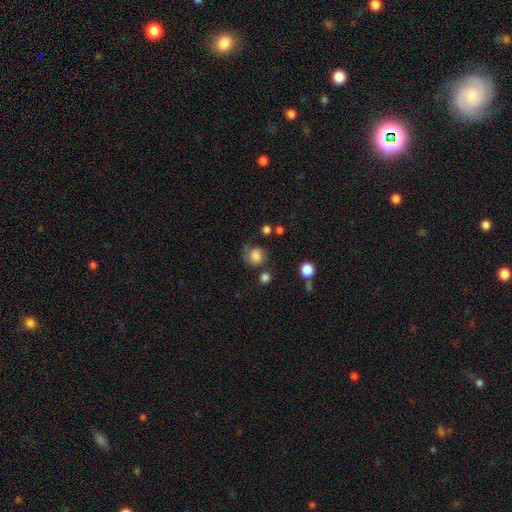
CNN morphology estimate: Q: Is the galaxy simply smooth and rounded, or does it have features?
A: smooth — 76%.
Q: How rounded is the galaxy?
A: round — 79%.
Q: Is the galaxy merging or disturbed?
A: none — 51%.